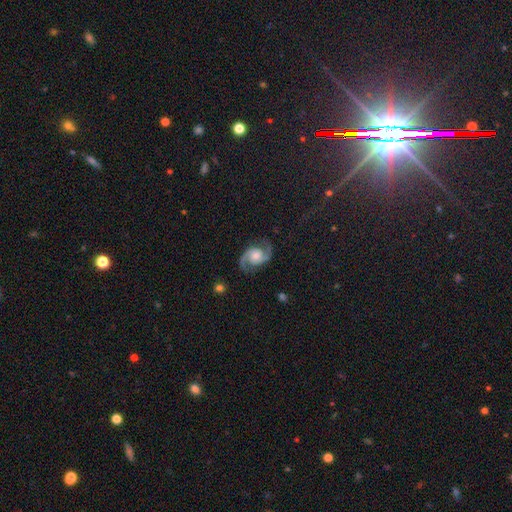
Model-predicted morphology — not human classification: This is clearly a featured or disk galaxy (90%). It is clearly not viewed edge-on (98%). Bar: likely no (70%). Spiral arm pattern: clearly yes (98%). Spiral arm count: clearly 2 (94%). Spiral winding: possibly medium (55%). Central bulge: possibly moderate (49%). Merging: clearly none (81%).